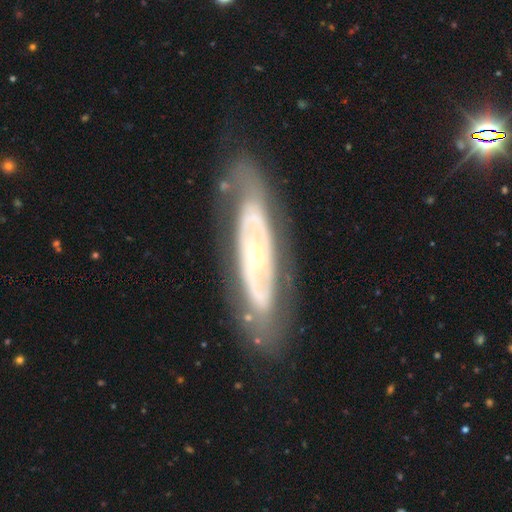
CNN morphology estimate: smooth_or_featured: featured or disk (p=0.80) [alt: smooth p=0.15]
disk_edge_on: no (p=0.80) [alt: yes p=0.20]
bar: no (p=0.73) [alt: weak p=0.16]
has_spiral_arms: yes (p=0.54) [alt: no p=0.46]
bulge_size: small (p=0.67) [alt: moderate p=0.28]
merging: none (p=0.76) [alt: minor disturbance p=0.15]